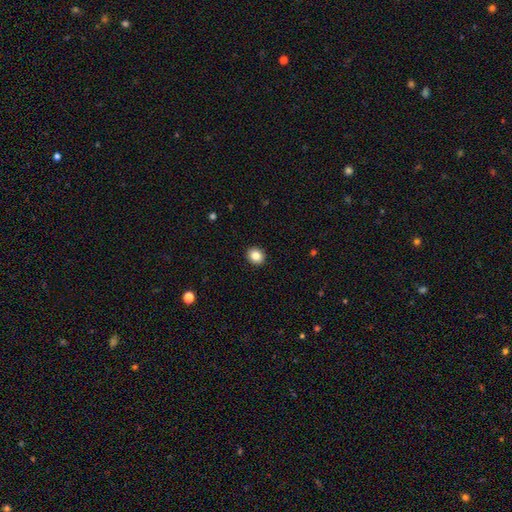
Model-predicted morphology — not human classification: A smooth galaxy with no disk features (85%) that is round (76%). Merging: none (92%).